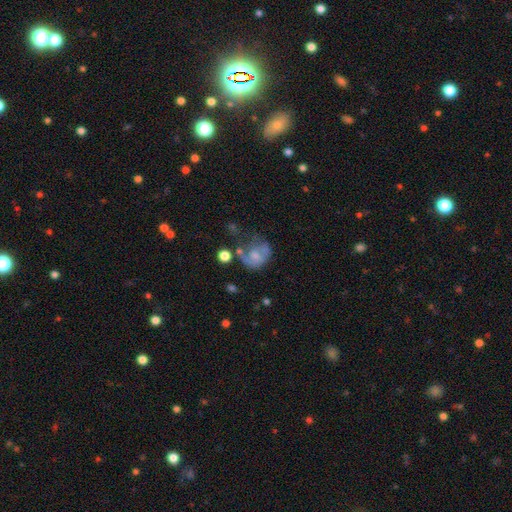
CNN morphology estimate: type=smooth (46%); merging=major disturbance (35%).